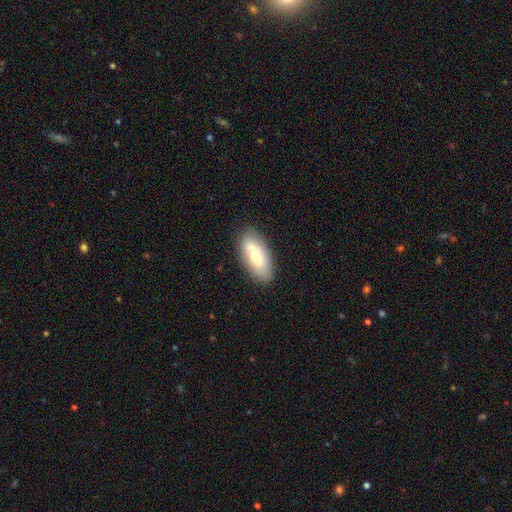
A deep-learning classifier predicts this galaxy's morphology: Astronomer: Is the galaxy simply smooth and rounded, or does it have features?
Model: smooth — 62%.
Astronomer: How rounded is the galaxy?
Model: in between — 88%.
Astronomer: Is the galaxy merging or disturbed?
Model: none — 77%.